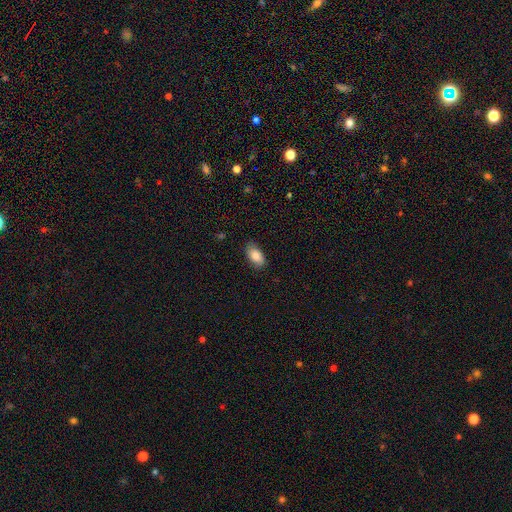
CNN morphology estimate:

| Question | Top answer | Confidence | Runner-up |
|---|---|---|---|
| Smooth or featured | smooth | 85% | featured or disk (8%) |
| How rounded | in between | 93% | round (4%) |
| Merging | none | 81% | minor disturbance (15%) |